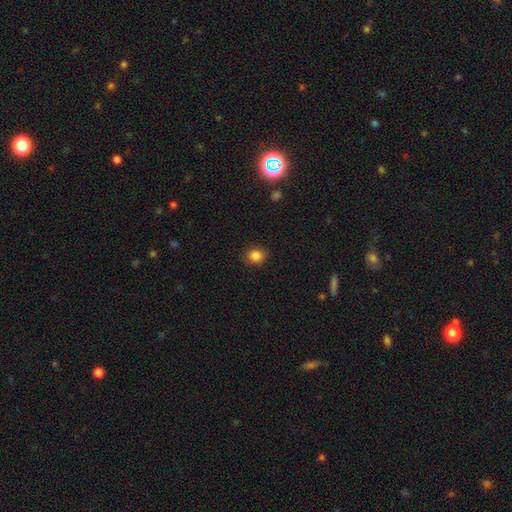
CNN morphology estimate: Smooth or featured: smooth — 85% (star or artifact — 11%)
How rounded: round — 74% (in between — 25%)
Merging: none — 87% (minor disturbance — 9%)